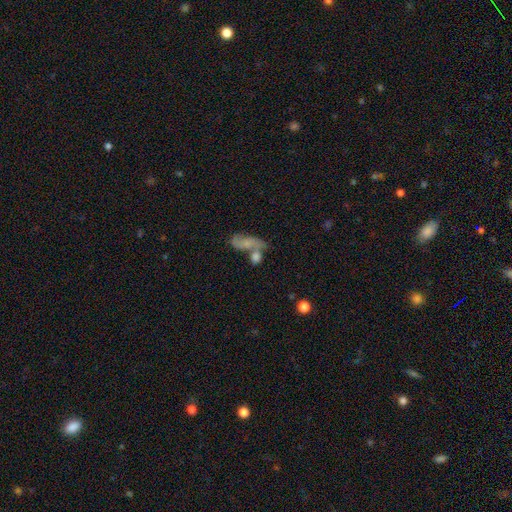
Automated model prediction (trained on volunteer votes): Smooth or featured? smooth (55%)
How rounded? in between (67%)
Merging? merger (48%)